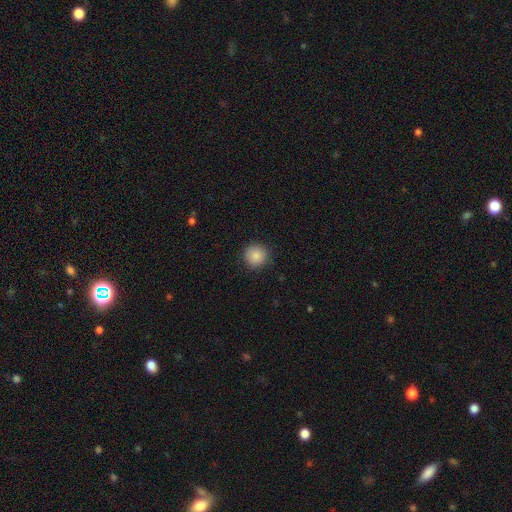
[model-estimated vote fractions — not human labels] This appears to be a smooth galaxy with no disk features (87%) that is round (95%). Merging: none (90%).